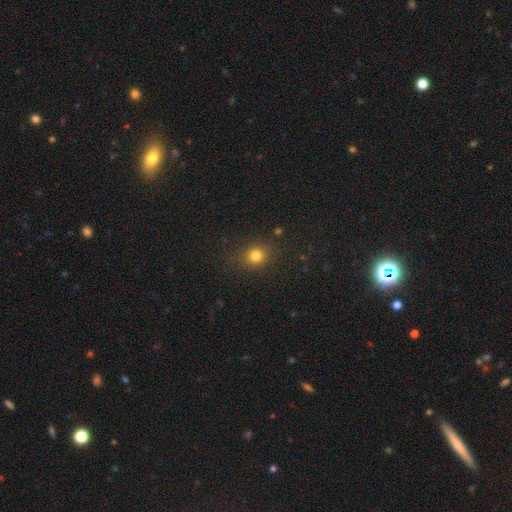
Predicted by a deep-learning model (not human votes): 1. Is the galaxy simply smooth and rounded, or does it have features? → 80% smooth, 15% star or artifact, 6% featured or disk.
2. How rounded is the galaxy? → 82% round, 17% in between, 1% cigar-shaped.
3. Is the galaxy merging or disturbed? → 85% none, 9% minor disturbance, 4% major disturbance, 2% merger.